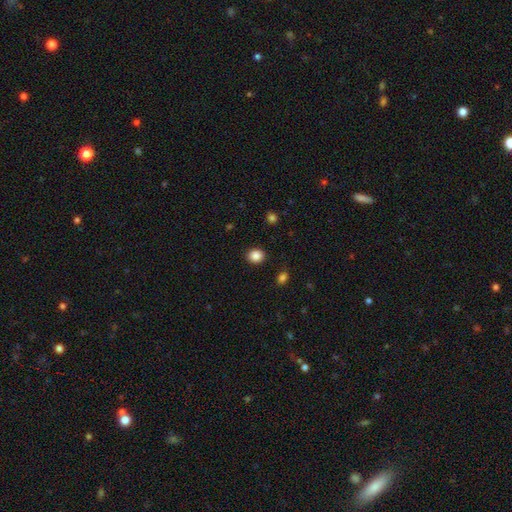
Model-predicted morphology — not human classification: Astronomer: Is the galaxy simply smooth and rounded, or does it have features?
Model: smooth — 87%.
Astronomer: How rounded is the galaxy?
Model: round — 71%.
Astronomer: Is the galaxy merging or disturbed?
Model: none — 90%.